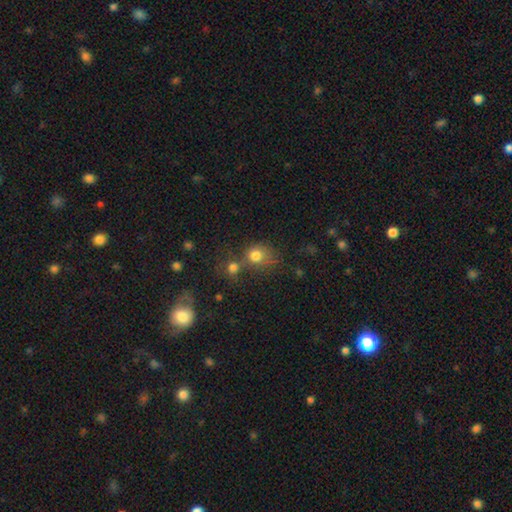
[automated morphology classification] smooth_or_featured: smooth (p=0.77) [alt: star or artifact p=0.14]
how_rounded: round (p=0.74) [alt: in between p=0.25]
merging: none (p=0.42) [alt: merger p=0.38]